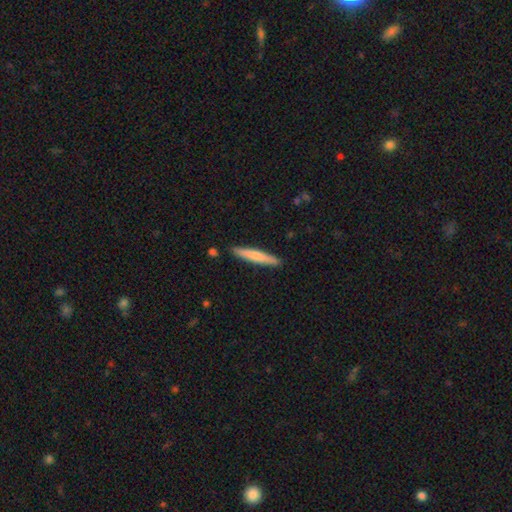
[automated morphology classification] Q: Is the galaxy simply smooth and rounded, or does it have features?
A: smooth — 70%.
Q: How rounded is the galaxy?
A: cigar-shaped — 94%.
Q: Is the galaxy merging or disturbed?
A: none — 89%.